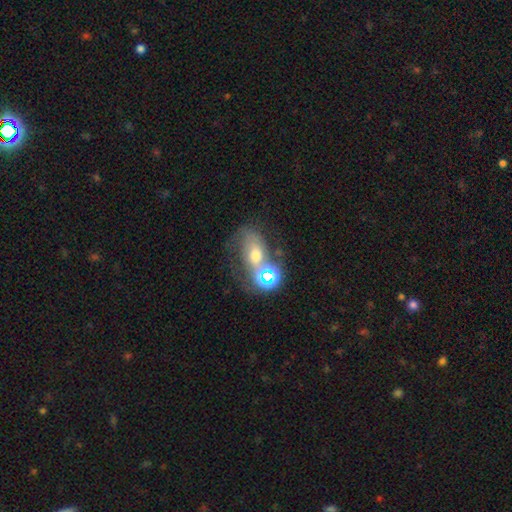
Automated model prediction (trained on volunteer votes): The model was most divided on "smooth or featured": smooth: 40%, featured or disk: 35%, star or artifact: 25%. Remaining: merging — none (33%).